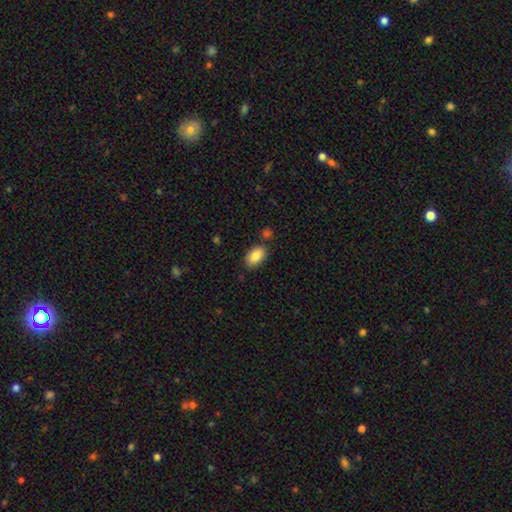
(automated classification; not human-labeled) Morphology: type=smooth (86%); roundness=in between (92%); merging=none (81%).